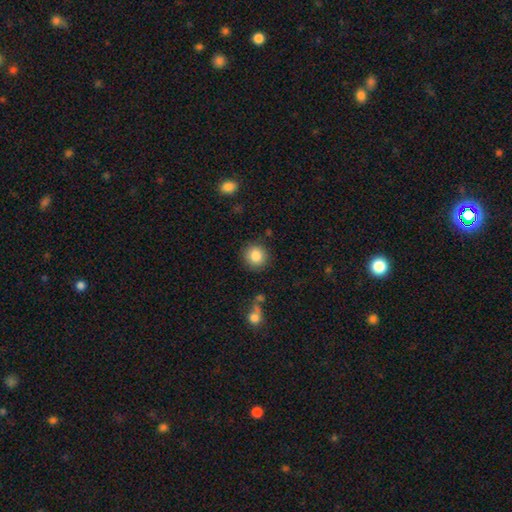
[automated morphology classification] smooth 86%, star or artifact 9%, featured or disk 6%. Down the decision tree: how rounded — round (90%); merging — none (87%).